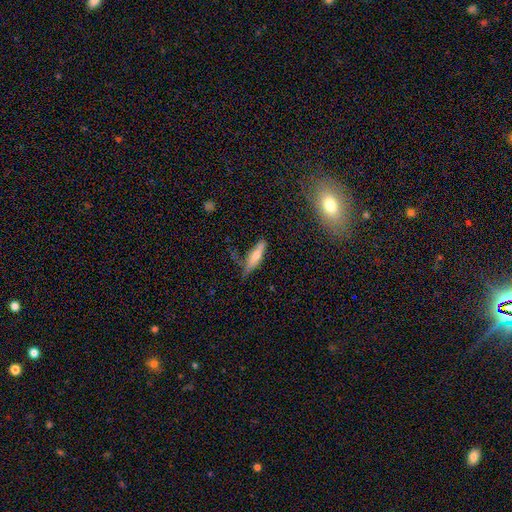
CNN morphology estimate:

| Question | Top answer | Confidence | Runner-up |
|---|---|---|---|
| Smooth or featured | smooth | 63% | featured or disk (29%) |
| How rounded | cigar-shaped | 74% | in between (24%) |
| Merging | none | 53% | minor disturbance (30%) |